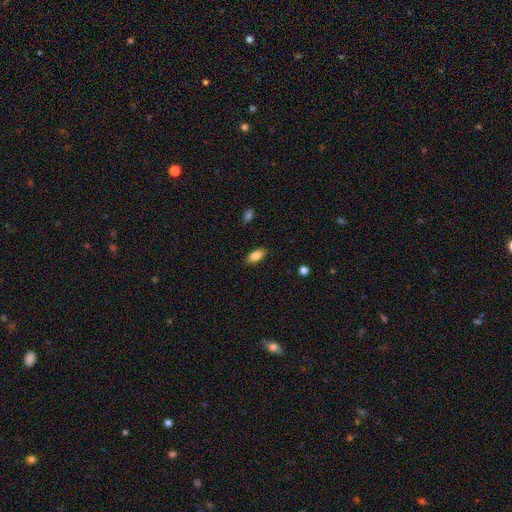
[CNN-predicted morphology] This is clearly a smooth galaxy (85%). How rounded: clearly in between (89%). Merging: clearly none (87%).